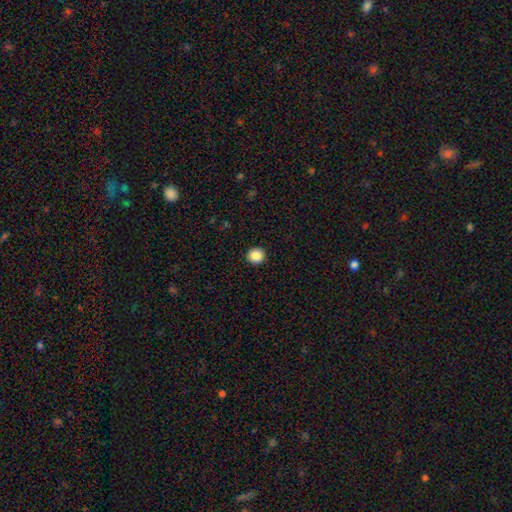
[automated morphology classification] smooth_or_featured: smooth (p=0.87) [alt: star or artifact p=0.10]
how_rounded: round (p=0.93) [alt: in between p=0.06]
merging: none (p=0.93) [alt: minor disturbance p=0.05]